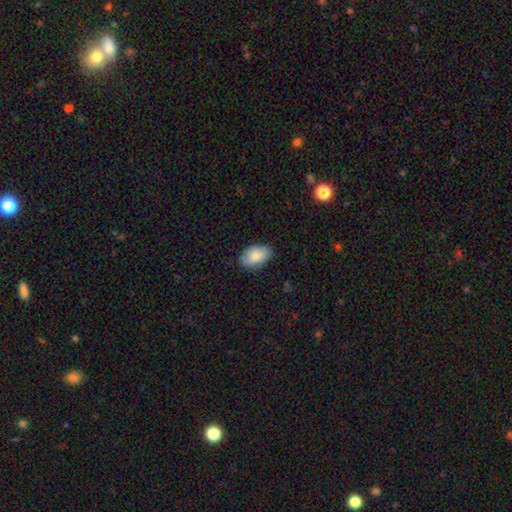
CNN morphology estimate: type=smooth (86%); roundness=in between (93%); merging=none (83%).